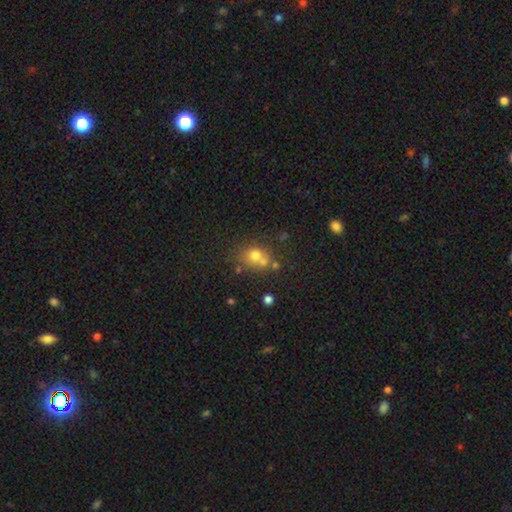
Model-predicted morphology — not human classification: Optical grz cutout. It shows a smooth galaxy with no disk features (69%) that is round (70%). Merging: none (46%).